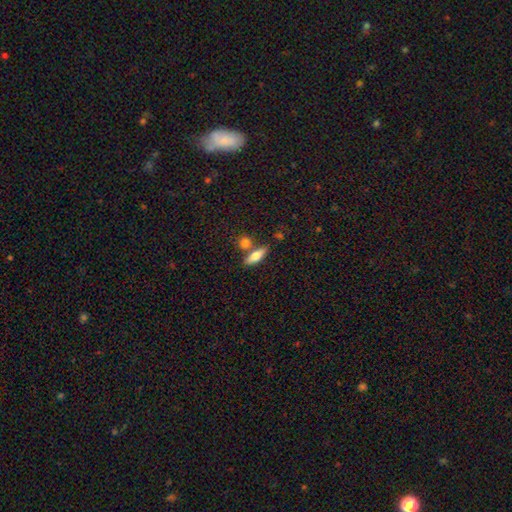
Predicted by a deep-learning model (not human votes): A smooth galaxy with no disk features (67%) that is in between round and cigar-shaped (59%).

Vote fractions:
- Smooth or featured? smooth: 67% / featured or disk: 26% / star or artifact: 7%
- How rounded? in between: 59% / cigar-shaped: 37% / round: 4%
- Merging? none: 64% / merger: 21% / minor disturbance: 11% / major disturbance: 3%